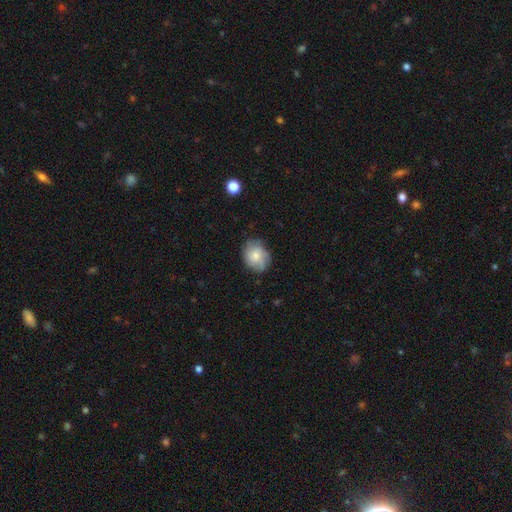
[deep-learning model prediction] Smooth or featured?
  - smooth: 60% *
  - featured or disk: 32%
  - star or artifact: 8%
How rounded?
  - round: 55% *
  - in between: 44%
  - cigar-shaped: 1%
Merging?
  - none: 71% *
  - minor disturbance: 22%
  - major disturbance: 6%
  - merger: 1%